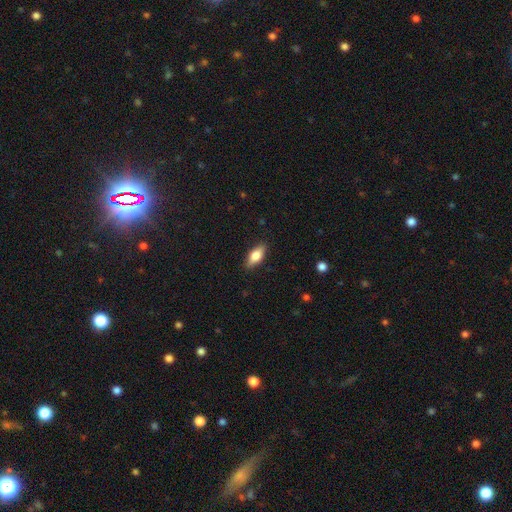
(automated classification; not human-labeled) Smooth or featured?
  - smooth: 70% *
  - featured or disk: 22%
  - star or artifact: 7%
How rounded?
  - in between: 79% *
  - cigar-shaped: 17%
  - round: 4%
Merging?
  - none: 86% *
  - minor disturbance: 10%
  - major disturbance: 2%
  - merger: 1%